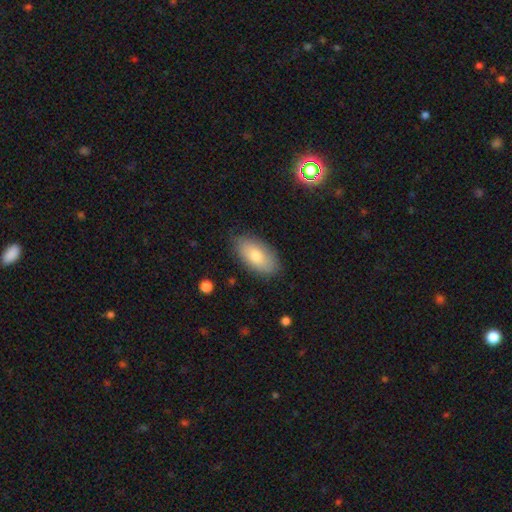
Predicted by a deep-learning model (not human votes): A smooth galaxy with no disk features (74%) that is in between round and cigar-shaped (93%).

Vote fractions:
- Smooth or featured? smooth: 74% / featured or disk: 19% / star or artifact: 7%
- How rounded? in between: 93% / cigar-shaped: 4% / round: 4%
- Merging? none: 84% / minor disturbance: 13% / major disturbance: 3% / merger: 1%